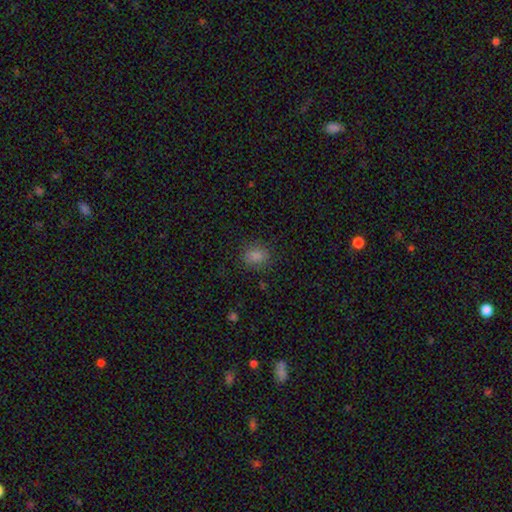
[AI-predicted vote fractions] smooth 80%, star or artifact 15%, featured or disk 5%. Down the decision tree: how rounded — round (63%); merging — none (86%).